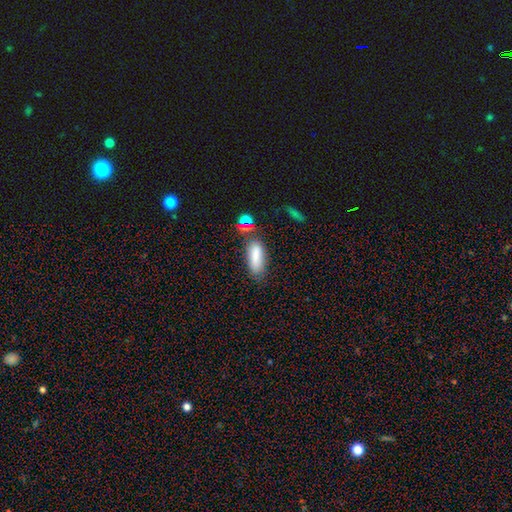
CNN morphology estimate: Q: Smooth or featured?
A: smooth (83%); runner-up: star or artifact (9%)
Q: How rounded?
A: in between (63%); runner-up: cigar-shaped (34%)
Q: Merging?
A: none (63%); runner-up: minor disturbance (20%)